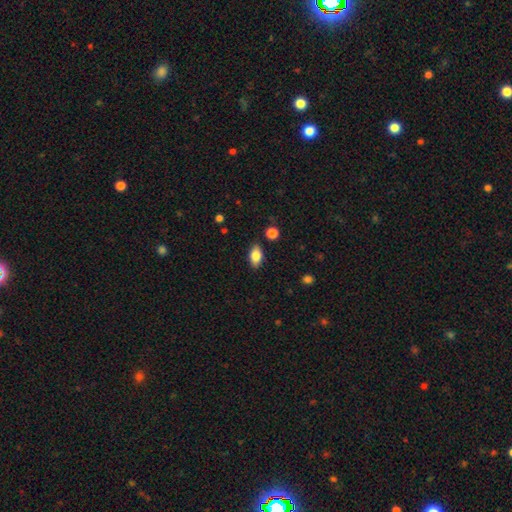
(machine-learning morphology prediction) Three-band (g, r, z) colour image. It shows a smooth galaxy with no disk features (83%) that is in between round and cigar-shaped (89%). Merging: none (86%).